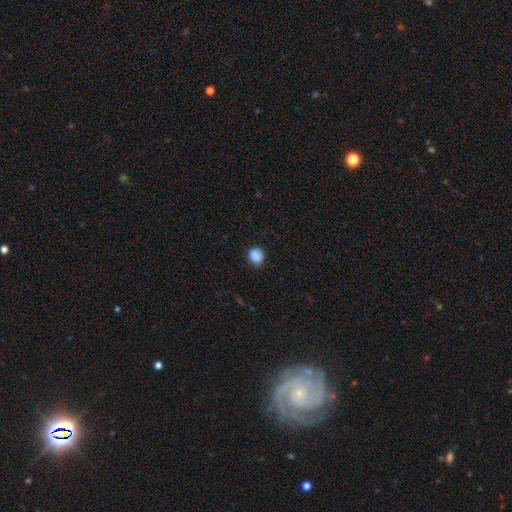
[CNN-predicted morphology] A smooth galaxy with no disk features (88%) that is round (79%).

Vote fractions:
- Smooth or featured? smooth: 88% / star or artifact: 9% / featured or disk: 3%
- How rounded? round: 79% / in between: 21% / cigar-shaped: 1%
- Merging? none: 84% / minor disturbance: 12% / major disturbance: 3% / merger: 1%